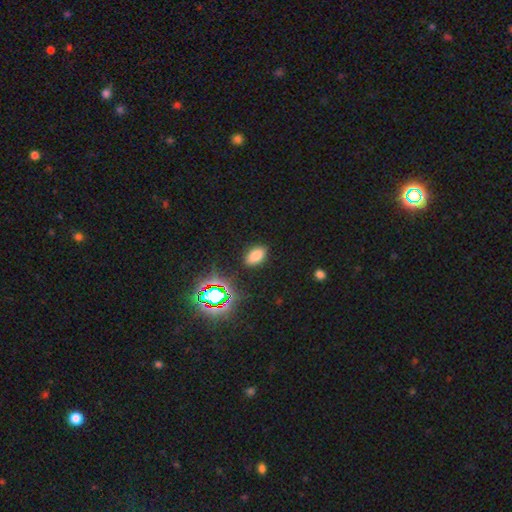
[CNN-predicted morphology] smooth 75%, star or artifact 19%, featured or disk 6%. Down the decision tree: how rounded — in between (90%); merging — none (87%).